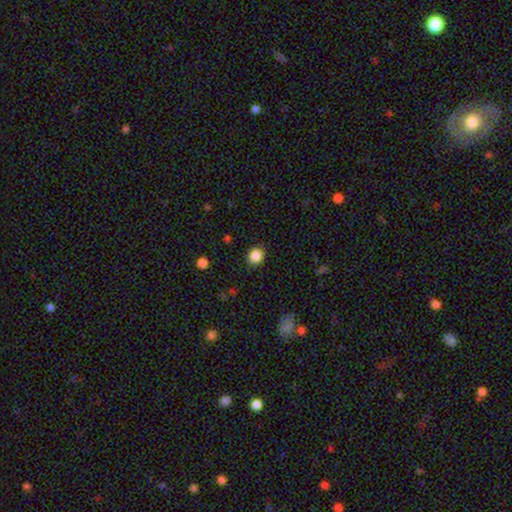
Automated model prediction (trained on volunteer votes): Smooth or featured? Predicted: smooth (p=0.86). How rounded? Predicted: round (p=0.82). Merging? Predicted: none (p=0.89).